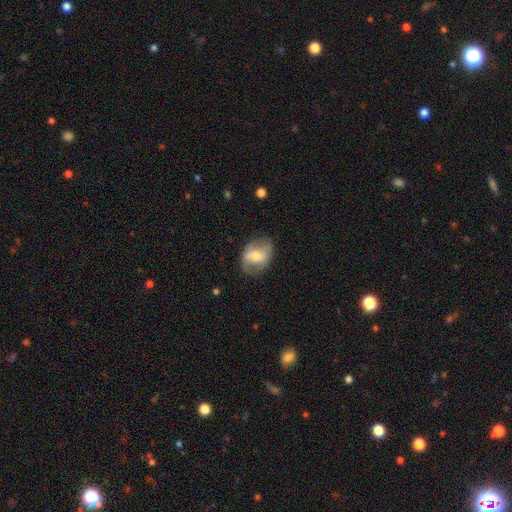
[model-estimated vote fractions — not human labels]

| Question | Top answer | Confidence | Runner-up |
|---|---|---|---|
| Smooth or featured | featured or disk | 48% | smooth (45%) |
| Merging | none | 70% | minor disturbance (20%) |